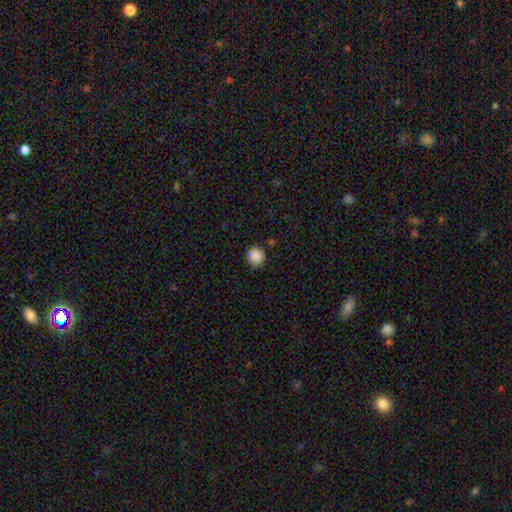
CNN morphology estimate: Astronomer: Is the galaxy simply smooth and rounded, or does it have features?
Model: smooth — 87%.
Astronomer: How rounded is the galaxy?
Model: round — 79%.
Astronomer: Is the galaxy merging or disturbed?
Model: none — 79%.